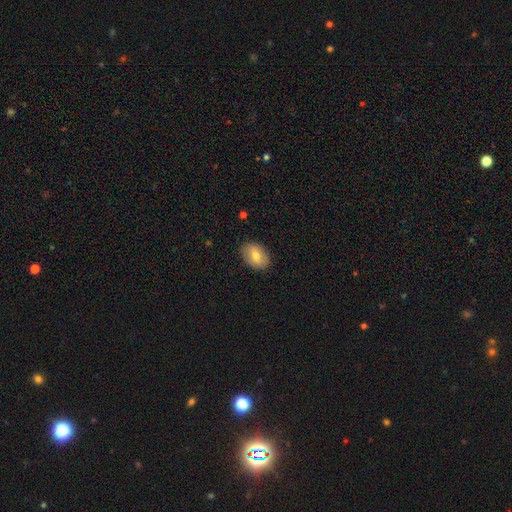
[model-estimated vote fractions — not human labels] This is likely a smooth galaxy (71%). How rounded: clearly in between (85%). Merging: clearly none (86%).